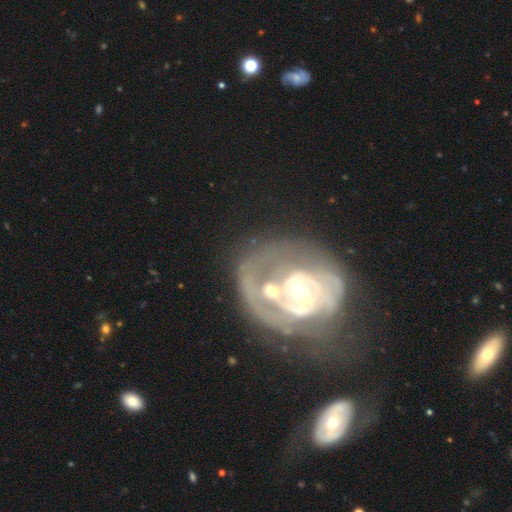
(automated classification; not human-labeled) Q: Smooth or featured?
A: featured or disk (81%); runner-up: smooth (11%)
Q: Edge-on disk?
A: no (97%); runner-up: yes (3%)
Q: Bar?
A: no (44%); runner-up: weak (37%)
Q: Spiral arms?
A: yes (71%); runner-up: no (29%)
Q: Spiral winding?
A: tight (51%); runner-up: medium (33%)
Q: Spiral arm count?
A: 2 (37%); runner-up: can't tell (31%)
Q: Bulge size?
A: moderate (57%); runner-up: small (31%)
Q: Merging?
A: merger (30%); tied with: none (30%)